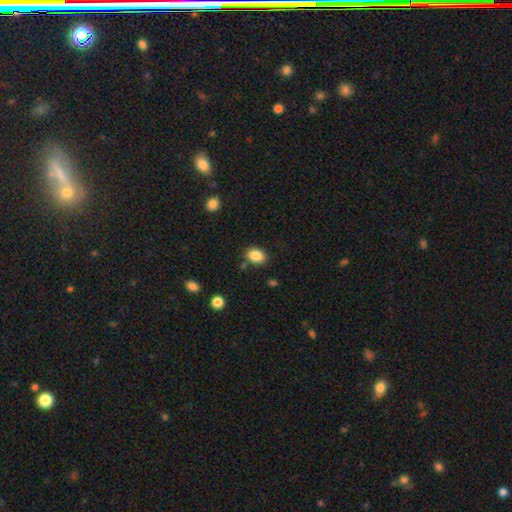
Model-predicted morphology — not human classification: This is clearly a smooth galaxy (86%). How rounded: likely in between (74%). Merging: clearly none (81%).